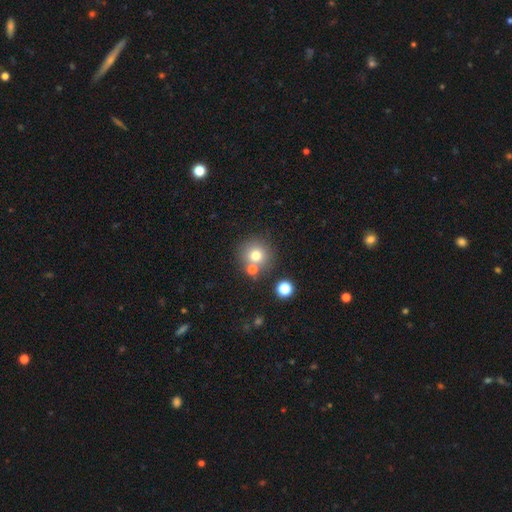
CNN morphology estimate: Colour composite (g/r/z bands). It shows a smooth galaxy with no disk features (75%) that is round (93%). Merging: none (71%).